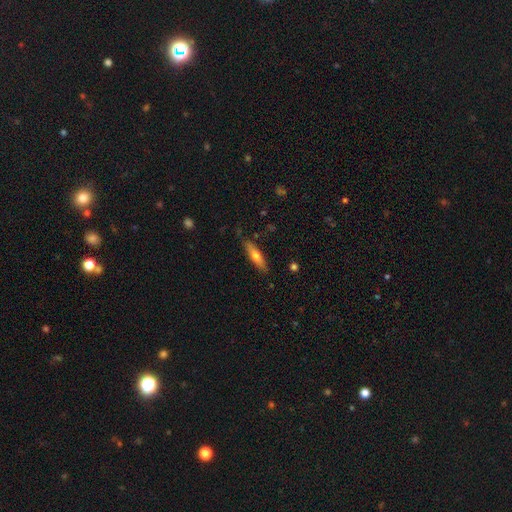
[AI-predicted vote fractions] Smooth or featured? smooth (59%)
How rounded? cigar-shaped (70%)
Merging? none (81%)